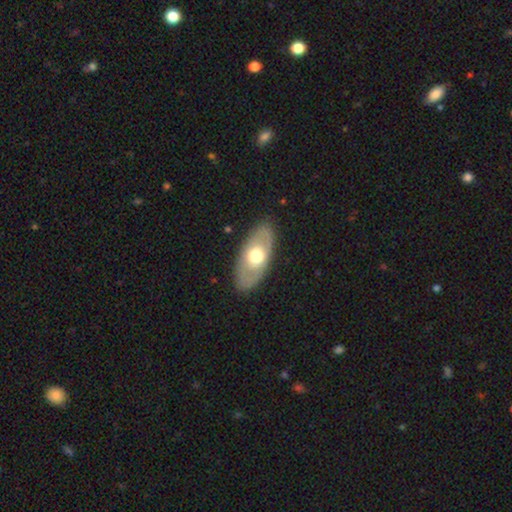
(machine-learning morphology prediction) smooth_or_featured: smooth (p=0.50) [alt: featured or disk p=0.45]
merging: none (p=0.84) [alt: minor disturbance p=0.11]